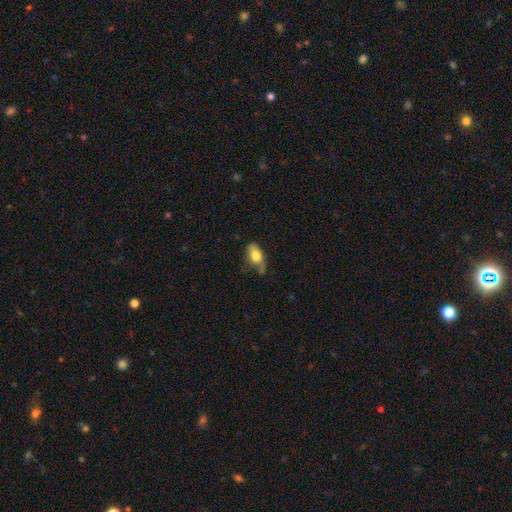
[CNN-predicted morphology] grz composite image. It shows a smooth galaxy with no disk features (71%) that is in between round and cigar-shaped (84%). Merging: none (46%).